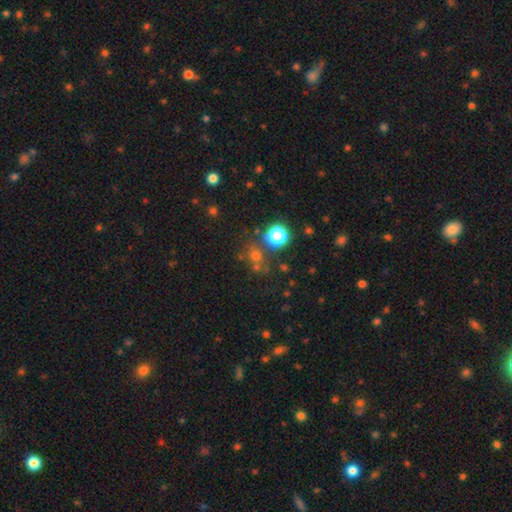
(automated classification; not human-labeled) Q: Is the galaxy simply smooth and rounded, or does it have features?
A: smooth — 57%.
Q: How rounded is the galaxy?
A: round — 85%.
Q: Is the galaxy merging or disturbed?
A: none — 67%.